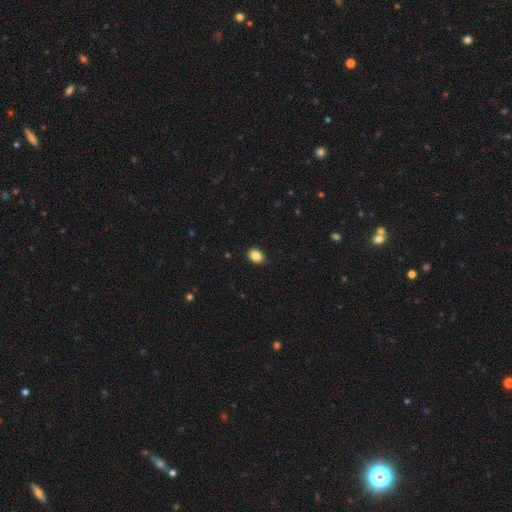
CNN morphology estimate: Smooth or featured? Predicted: smooth (p=0.86). How rounded? Predicted: in between (p=0.67). Merging? Predicted: none (p=0.88).